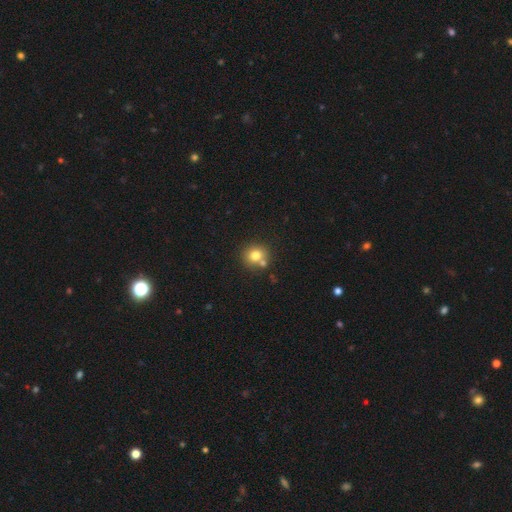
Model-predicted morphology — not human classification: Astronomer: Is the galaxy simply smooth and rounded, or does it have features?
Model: smooth — 77%.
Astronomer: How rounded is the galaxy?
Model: round — 85%.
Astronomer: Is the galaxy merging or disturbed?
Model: none — 66%.